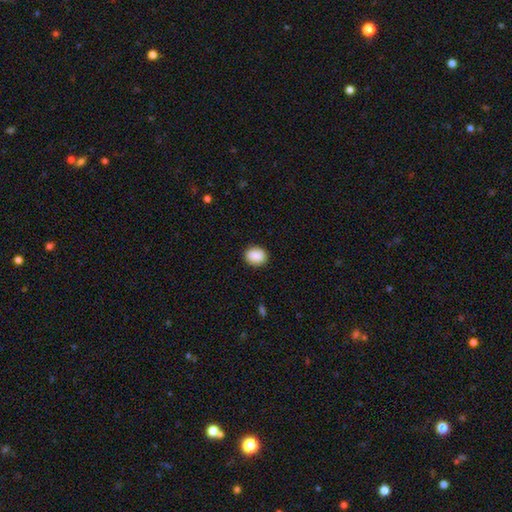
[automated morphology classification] Smooth or featured? Predicted: smooth (p=0.88). How rounded? Predicted: round (p=0.50). Merging? Predicted: none (p=0.87).